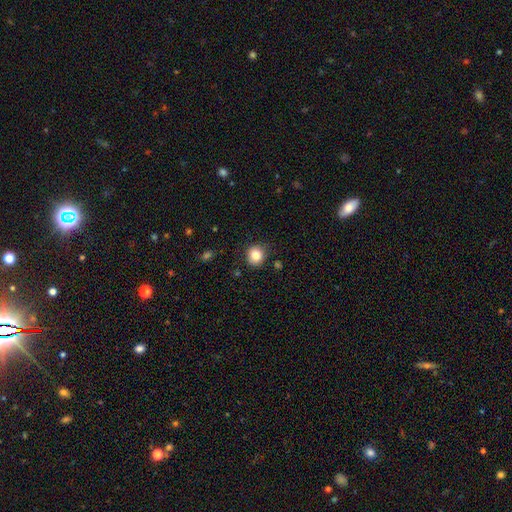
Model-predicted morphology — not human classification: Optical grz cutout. It shows a smooth galaxy with no disk features (82%) that is round (85%). Merging: none (84%).